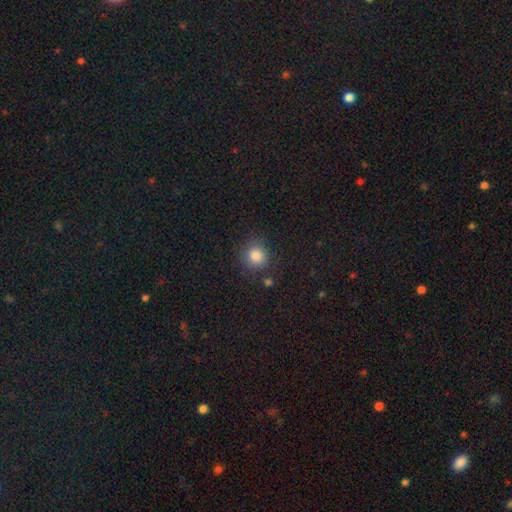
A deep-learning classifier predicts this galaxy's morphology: Smooth or featured?
  - smooth: 84% *
  - star or artifact: 11%
  - featured or disk: 5%
How rounded?
  - round: 88% *
  - in between: 11%
  - cigar-shaped: 1%
Merging?
  - none: 80% *
  - minor disturbance: 12%
  - merger: 4%
  - major disturbance: 4%